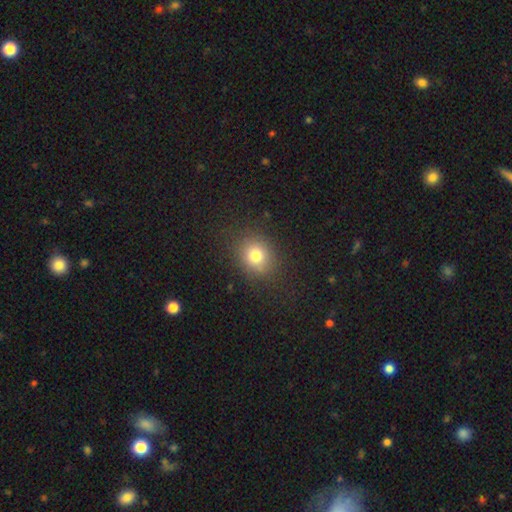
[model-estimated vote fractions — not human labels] Smooth or featured? Predicted: smooth (p=0.77). How rounded? Predicted: round (p=0.69). Merging? Predicted: none (p=0.84).